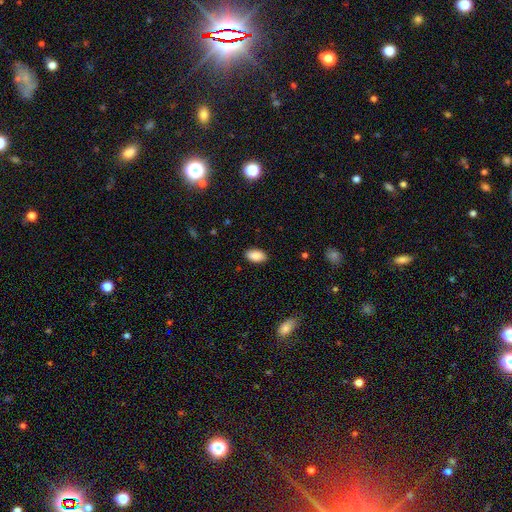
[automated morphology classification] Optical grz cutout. It shows a smooth galaxy with no disk features (89%) that is in between round and cigar-shaped (94%). Merging: none (88%).